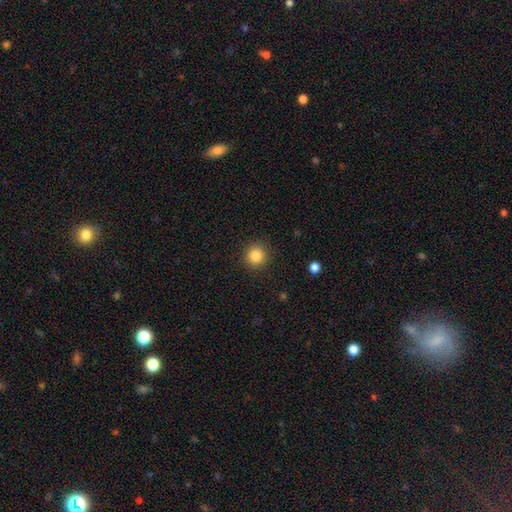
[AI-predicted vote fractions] Smooth or featured: smooth — 84% (star or artifact — 11%)
How rounded: round — 93% (in between — 6%)
Merging: none — 90% (minor disturbance — 6%)